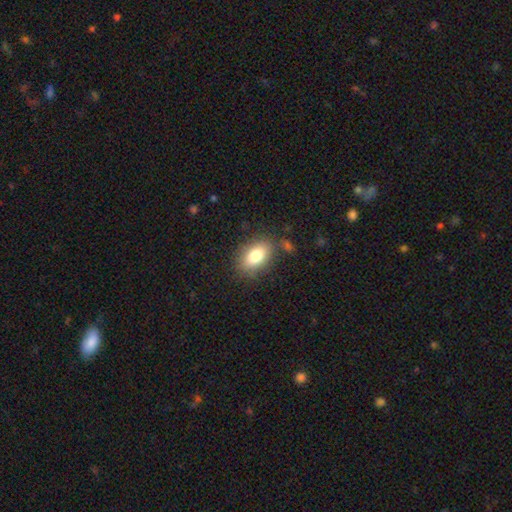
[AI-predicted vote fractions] Q: Smooth or featured?
A: smooth (81%); runner-up: featured or disk (11%)
Q: How rounded?
A: in between (89%); runner-up: round (9%)
Q: Merging?
A: none (80%); runner-up: minor disturbance (13%)